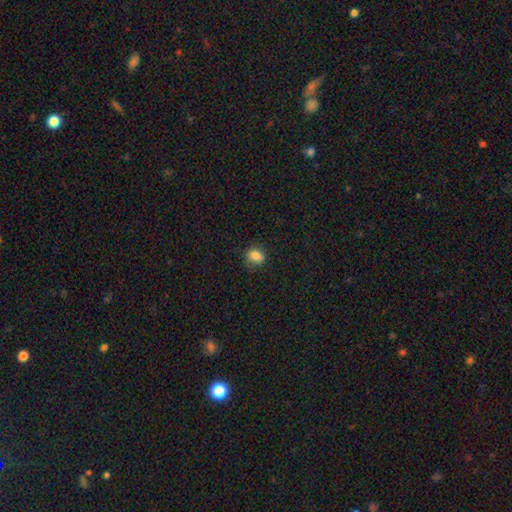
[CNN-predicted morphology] type=smooth (82%); roundness=in between (51%); merging=none (82%).